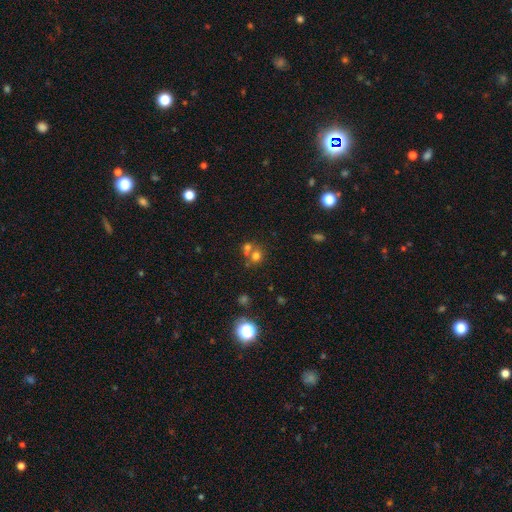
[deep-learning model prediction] Smooth or featured? smooth (66%)
How rounded? round (81%)
Merging? merger (45%)